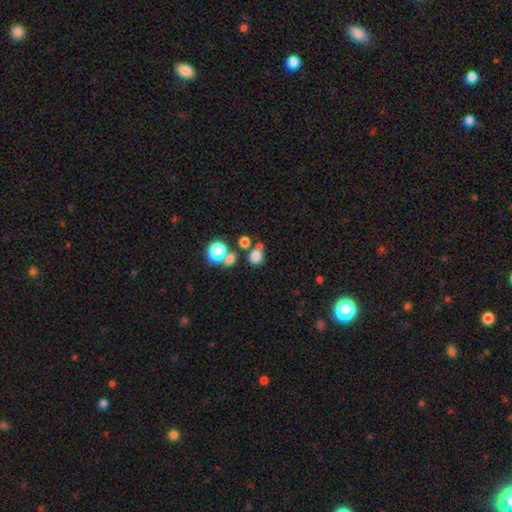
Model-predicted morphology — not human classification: A smooth galaxy with no disk features (76%) that is round (82%).

Vote fractions:
- Smooth or featured? smooth: 76% / star or artifact: 17% / featured or disk: 8%
- How rounded? round: 82% / in between: 17% / cigar-shaped: 1%
- Merging? none: 61% / merger: 25% / minor disturbance: 10% / major disturbance: 5%